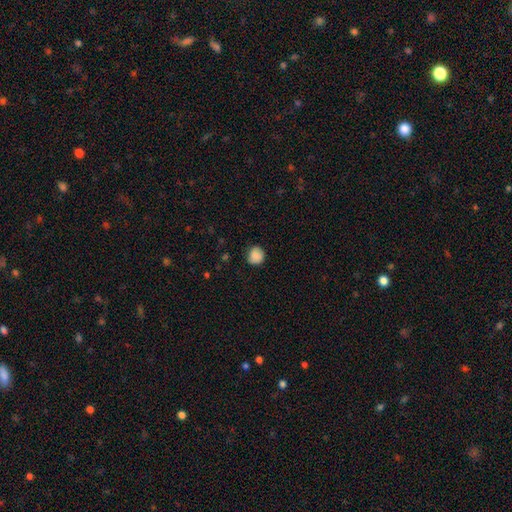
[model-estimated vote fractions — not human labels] Smooth or featured? smooth (87%)
How rounded? round (86%)
Merging? none (80%)